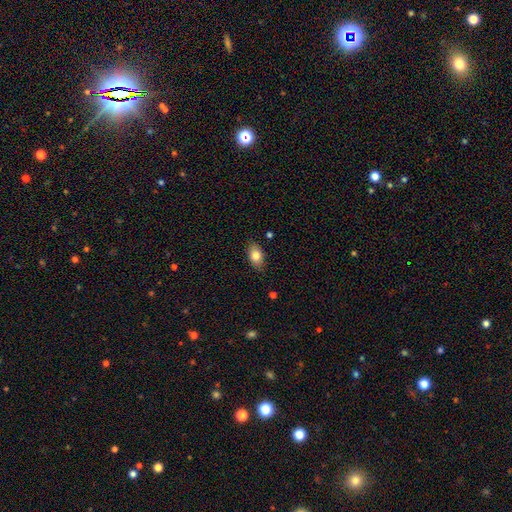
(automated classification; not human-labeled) Q: Smooth or featured?
A: smooth (81%); runner-up: featured or disk (11%)
Q: How rounded?
A: in between (89%); runner-up: round (8%)
Q: Merging?
A: none (84%); runner-up: minor disturbance (12%)